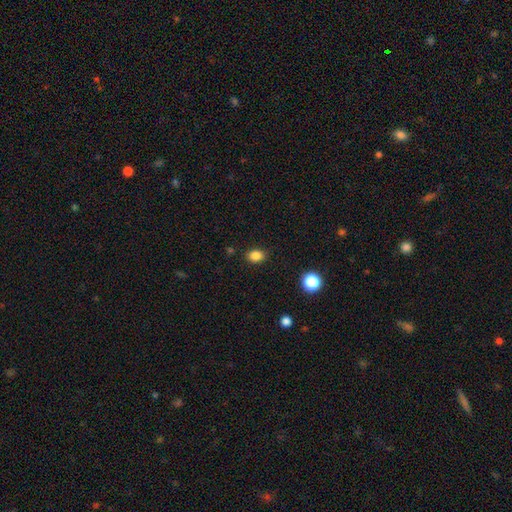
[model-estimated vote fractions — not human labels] Overall: smooth (84%). How rounded: in between (65%; round 34%). Merging: none (85%).